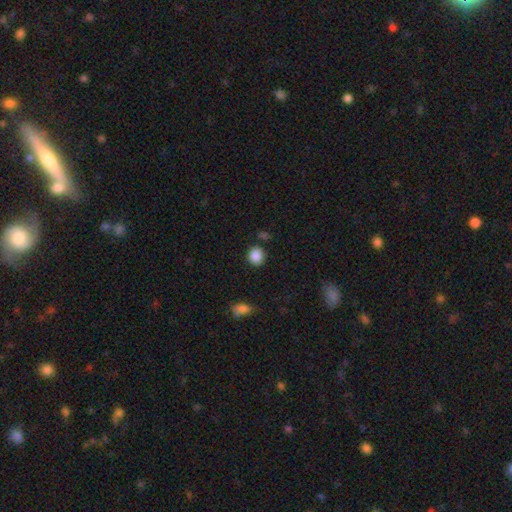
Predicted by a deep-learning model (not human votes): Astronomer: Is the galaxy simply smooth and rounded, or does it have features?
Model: smooth — 88%.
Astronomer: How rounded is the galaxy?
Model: round — 84%.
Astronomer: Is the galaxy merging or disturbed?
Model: none — 84%.